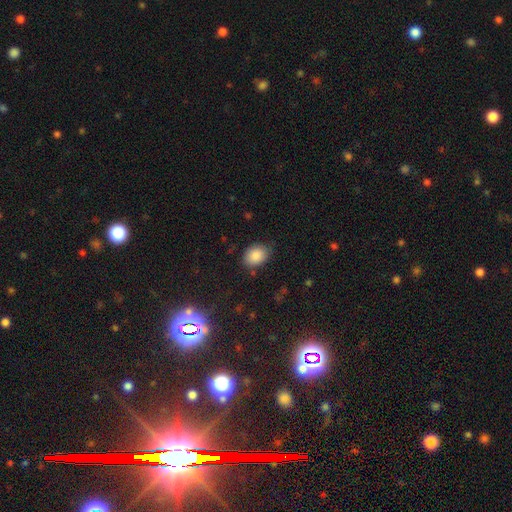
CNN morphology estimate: smooth 86%, star or artifact 9%, featured or disk 5%. Down the decision tree: how rounded — in between (70%); merging — none (77%).